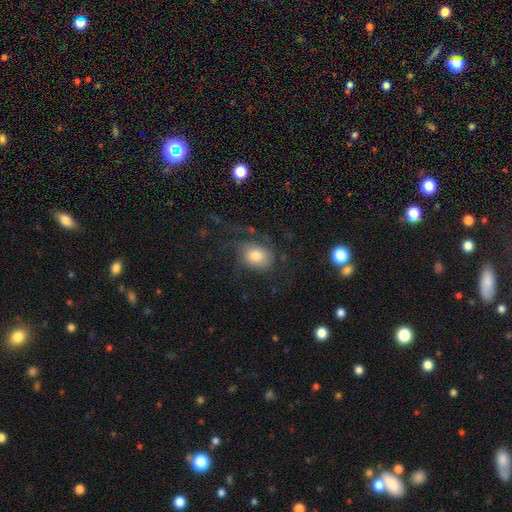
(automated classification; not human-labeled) smooth 48%, featured or disk 41%, star or artifact 11%. Down the decision tree: merging — none (53%).